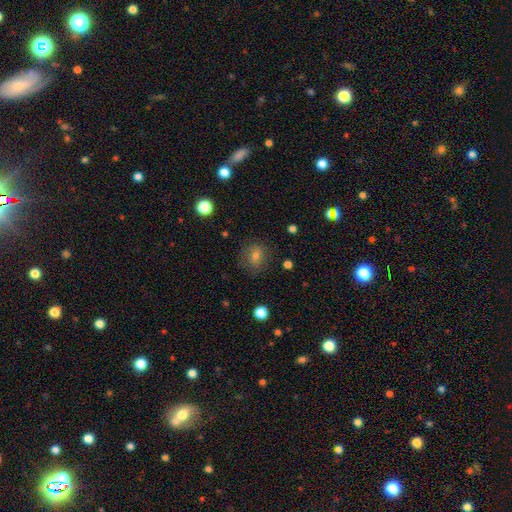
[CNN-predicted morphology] Q: Smooth or featured?
A: smooth (64%); runner-up: star or artifact (19%)
Q: How rounded?
A: round (73%); runner-up: in between (26%)
Q: Merging?
A: none (81%); runner-up: minor disturbance (13%)